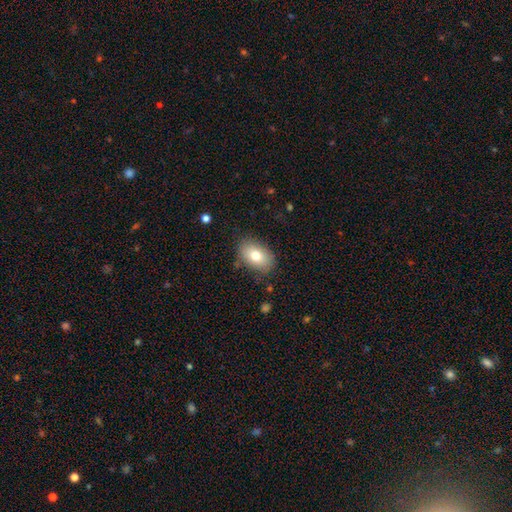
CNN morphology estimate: A smooth galaxy with no disk features (76%) that is in between round and cigar-shaped (87%). Merging: none (81%).